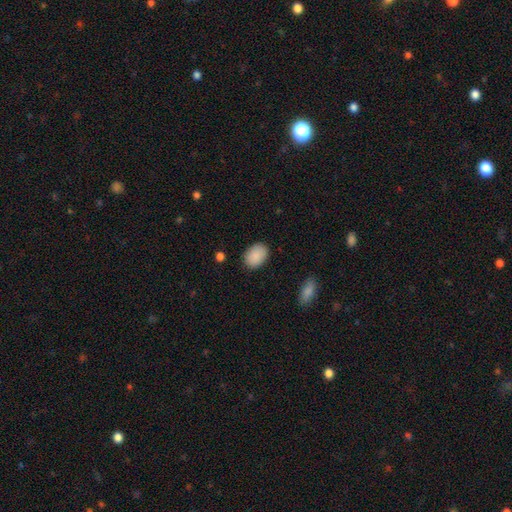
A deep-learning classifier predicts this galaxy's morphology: A smooth galaxy with no disk features (90%) that is in between round and cigar-shaped (81%). Merging: none (86%).